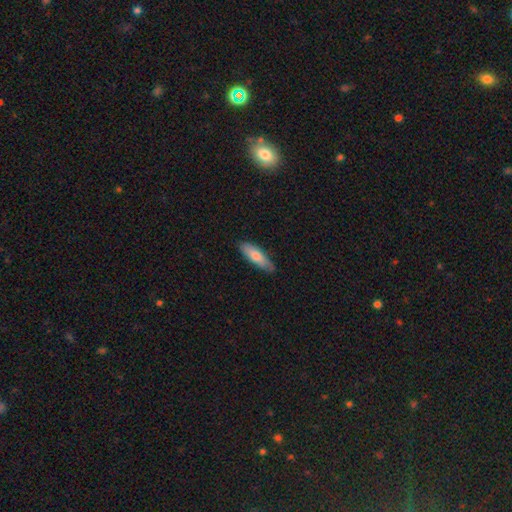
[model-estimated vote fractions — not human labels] A smooth galaxy with no disk features (72%) that is cigar-shaped (55%). Merging: none (82%).